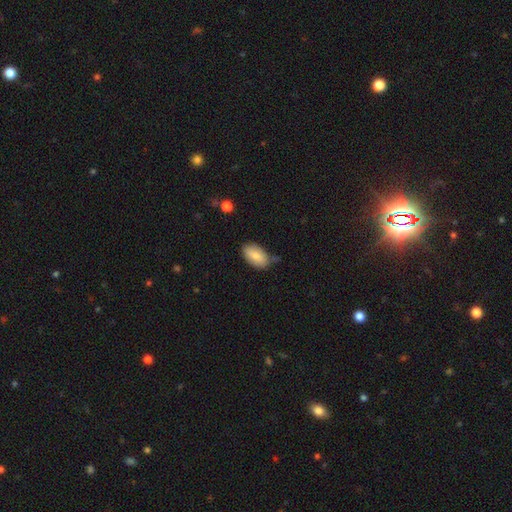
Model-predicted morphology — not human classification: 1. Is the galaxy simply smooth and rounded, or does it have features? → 82% smooth, 12% featured or disk, 7% star or artifact.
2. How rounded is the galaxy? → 94% in between, 4% round, 2% cigar-shaped.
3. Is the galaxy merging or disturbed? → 65% none, 25% minor disturbance, 5% merger, 5% major disturbance.